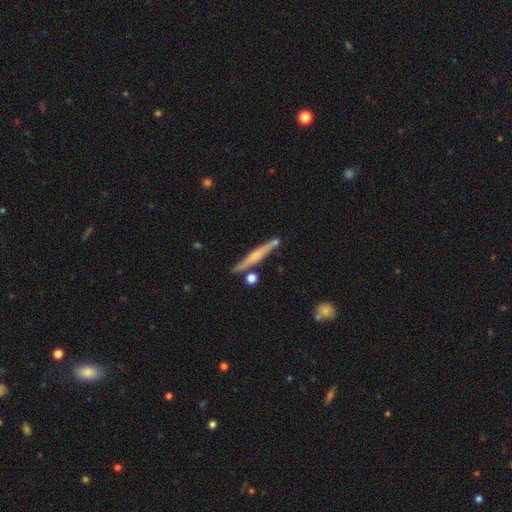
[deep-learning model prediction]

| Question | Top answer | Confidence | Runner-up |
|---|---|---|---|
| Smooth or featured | featured or disk | 54% | smooth (40%) |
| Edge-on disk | yes | 96% | no (4%) |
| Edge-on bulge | rounded | 53% | none (33%) |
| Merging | none | 81% | minor disturbance (10%) |